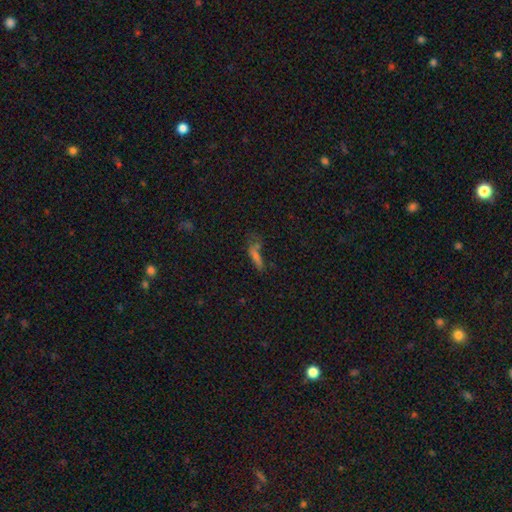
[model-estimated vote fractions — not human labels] This appears to be a smooth galaxy with no disk features (45%). Merging: none (42%).